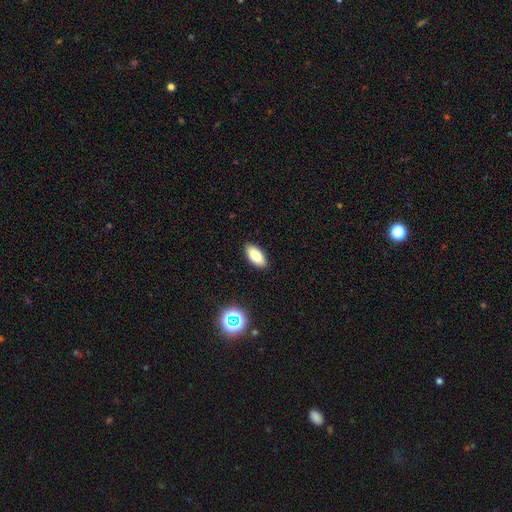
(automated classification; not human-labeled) Morphology: type=smooth (83%); roundness=in between (89%); merging=none (89%).